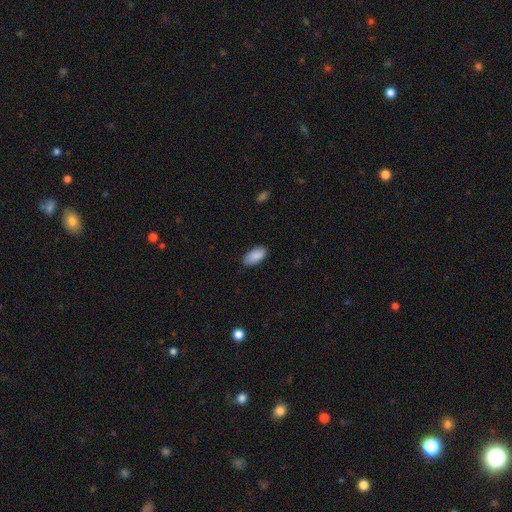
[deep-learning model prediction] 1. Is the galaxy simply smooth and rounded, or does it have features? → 90% smooth, 6% star or artifact, 5% featured or disk.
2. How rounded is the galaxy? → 93% in between, 5% cigar-shaped, 2% round.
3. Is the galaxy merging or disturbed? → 85% none, 12% minor disturbance, 2% major disturbance, 1% merger.